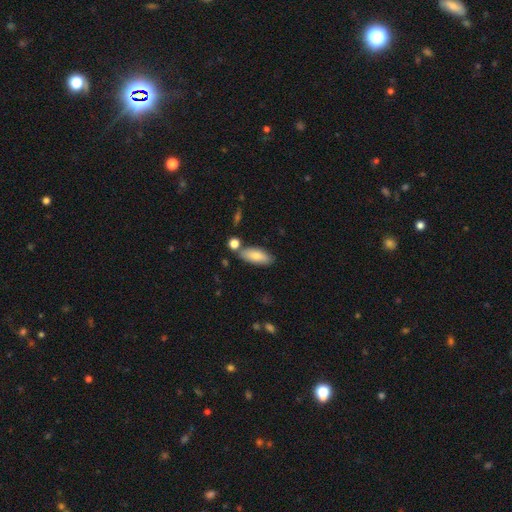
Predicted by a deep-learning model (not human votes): Q: Smooth or featured?
A: smooth (80%); runner-up: featured or disk (14%)
Q: How rounded?
A: in between (80%); runner-up: cigar-shaped (18%)
Q: Merging?
A: none (73%); runner-up: minor disturbance (14%)